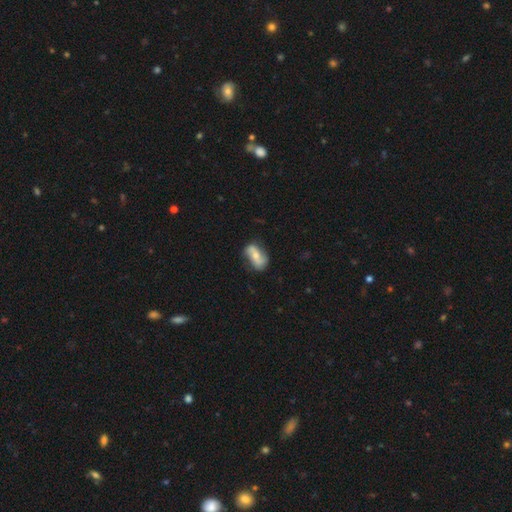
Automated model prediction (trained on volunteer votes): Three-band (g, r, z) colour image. It shows a featured or disk galaxy (64%) with no bar (42%), 2 (89%) loose (61%) spiral arms (87%) and a moderate central bulge (51%). Merging: none (70%).